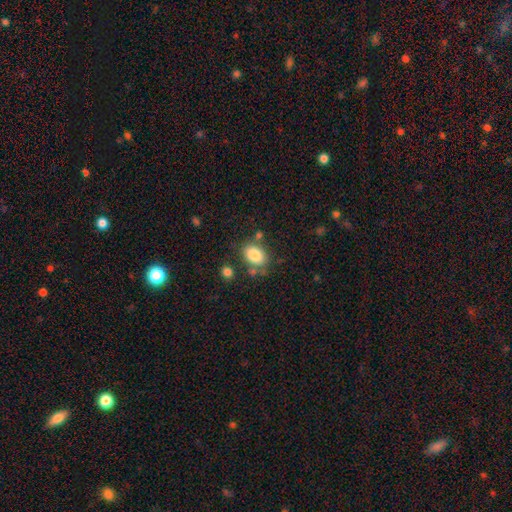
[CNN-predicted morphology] smooth-or-featured: smooth: 85% | star or artifact: 9% | featured or disk: 7%
  how-rounded: in between: 79% | round: 20% | cigar-shaped: 1%
  merging: none: 71% | minor disturbance: 15% | merger: 9% | major disturbance: 5%